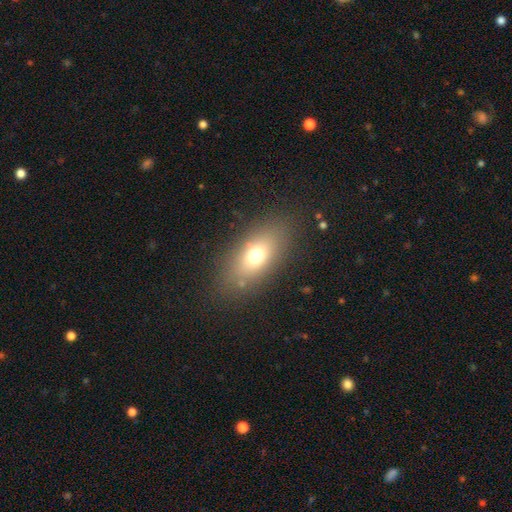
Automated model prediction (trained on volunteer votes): A smooth galaxy with no disk features (69%) that is in between round and cigar-shaped (83%).

Vote fractions:
- Smooth or featured? smooth: 69% / featured or disk: 18% / star or artifact: 12%
- How rounded? in between: 83% / round: 10% / cigar-shaped: 7%
- Merging? none: 82% / minor disturbance: 11% / major disturbance: 6% / merger: 2%